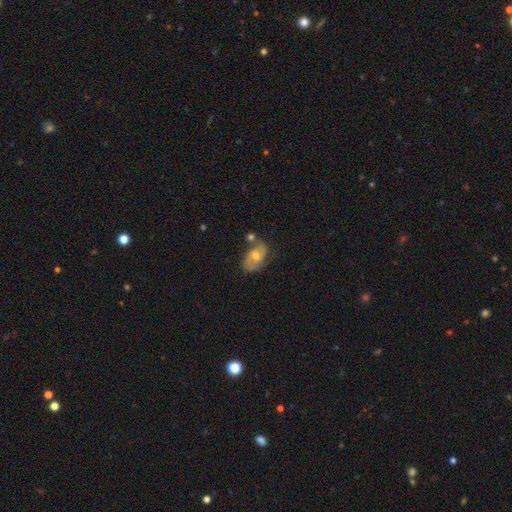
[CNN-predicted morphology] This is possibly a featured or disk galaxy (55%). It is clearly not viewed edge-on (96%). Bar: likely no (62%). Spiral arm pattern: likely yes (76%). Central bulge: likely moderate (62%). Merging: possibly none (53%).